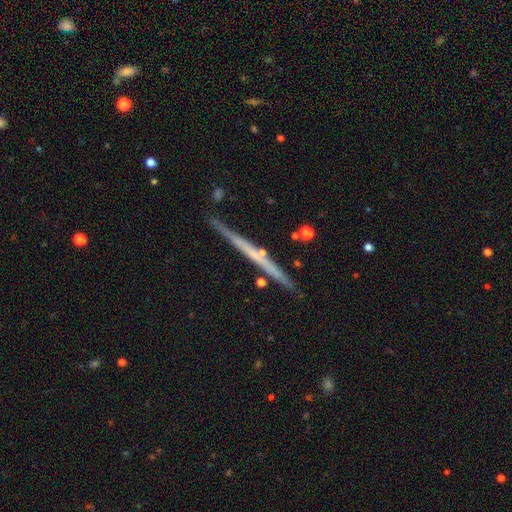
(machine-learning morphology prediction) Smooth or featured: featured or disk — 70% (smooth — 24%)
Edge-on disk: yes — 98% (no — 2%)
Edge-on bulge: none — 77% (rounded — 18%)
Merging: none — 88% (minor disturbance — 8%)